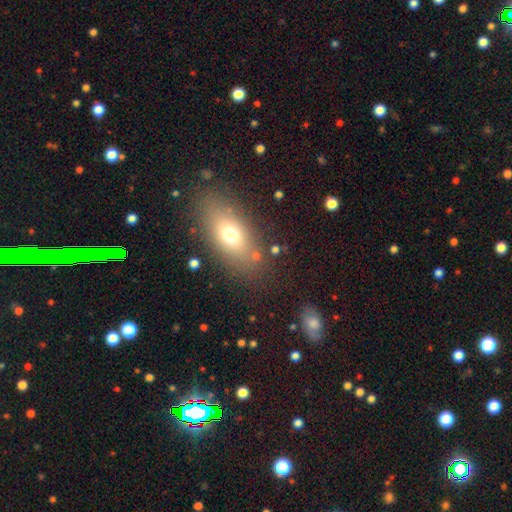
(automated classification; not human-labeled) Smooth or featured?
  - smooth: 64% *
  - featured or disk: 20%
  - star or artifact: 16%
How rounded?
  - in between: 80% *
  - round: 10%
  - cigar-shaped: 9%
Merging?
  - none: 81% *
  - minor disturbance: 11%
  - major disturbance: 4%
  - merger: 4%